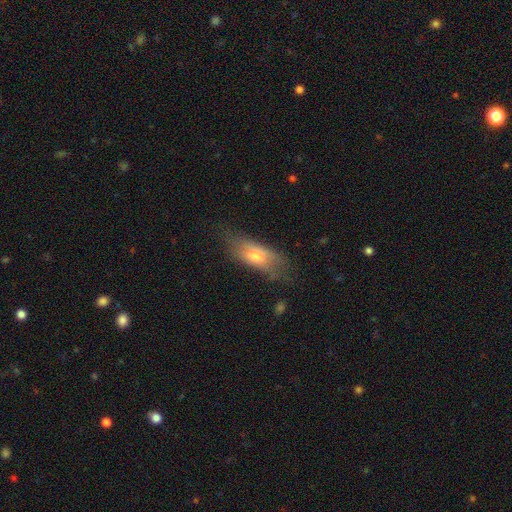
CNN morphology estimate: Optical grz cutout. It shows a smooth galaxy with no disk features (59%) that is in between round and cigar-shaped (73%). Merging: none (54%).